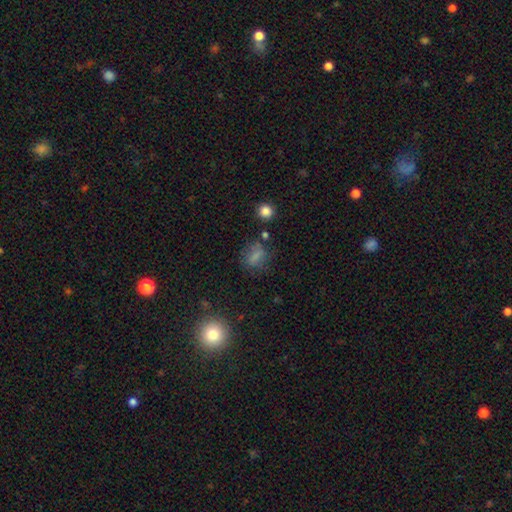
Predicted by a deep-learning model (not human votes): Smooth or featured? Predicted: smooth (p=0.70). How rounded? Predicted: in between (p=0.56). Merging? Predicted: none (p=0.65).